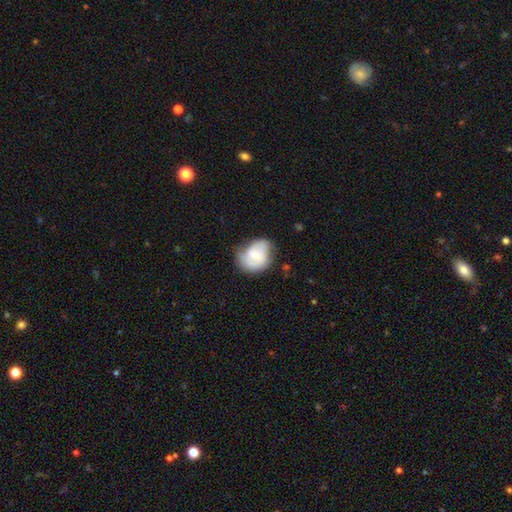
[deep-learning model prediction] The model was most divided on "smooth or featured": featured or disk: 49%, smooth: 45%, star or artifact: 7%. More confident: merging — none (51%).